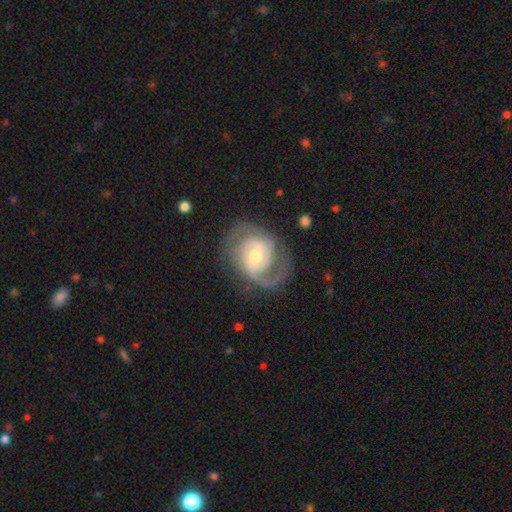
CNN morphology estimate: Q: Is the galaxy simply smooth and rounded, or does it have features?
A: featured or disk — 85%.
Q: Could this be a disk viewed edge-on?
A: no — 97%.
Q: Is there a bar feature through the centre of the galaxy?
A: weak — 50%.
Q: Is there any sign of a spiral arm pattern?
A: yes — 94%.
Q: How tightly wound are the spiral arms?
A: medium — 45%.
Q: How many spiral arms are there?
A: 2 — 64%.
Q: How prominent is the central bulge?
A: moderate — 60%.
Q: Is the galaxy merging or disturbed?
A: none — 64%.